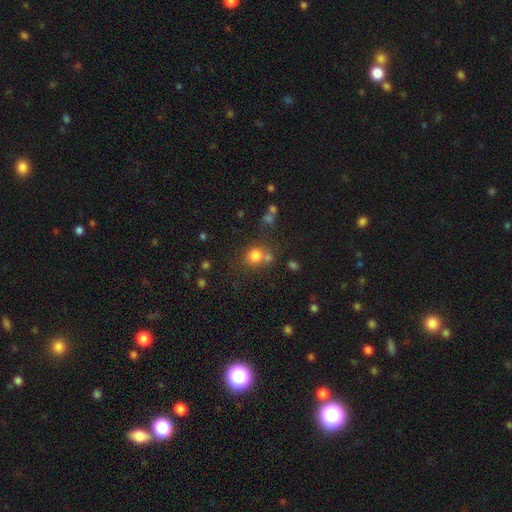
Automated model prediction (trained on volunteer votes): This appears to be a smooth galaxy with no disk features (77%) that is round (82%). Merging: none (57%).